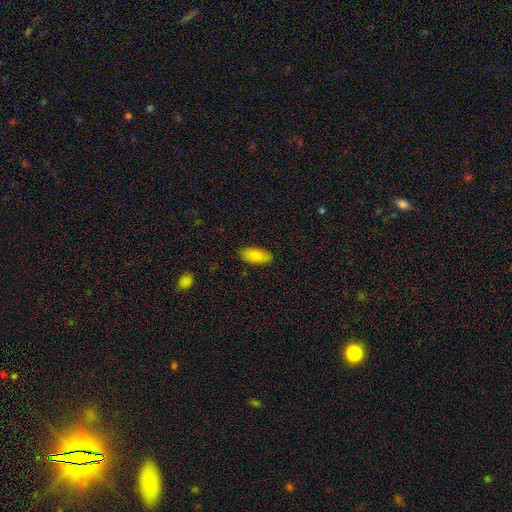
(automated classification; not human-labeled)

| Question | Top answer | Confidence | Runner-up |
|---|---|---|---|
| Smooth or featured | smooth | 86% | featured or disk (7%) |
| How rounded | in between | 88% | cigar-shaped (10%) |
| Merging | none | 85% | minor disturbance (11%) |